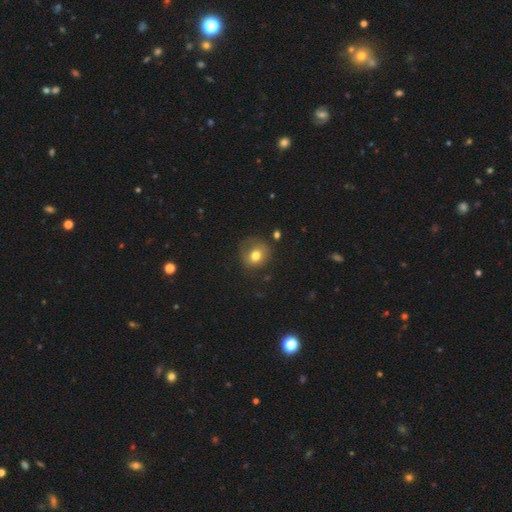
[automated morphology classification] Overall: smooth (73%). How rounded: round (78%). Merging: none (65%).